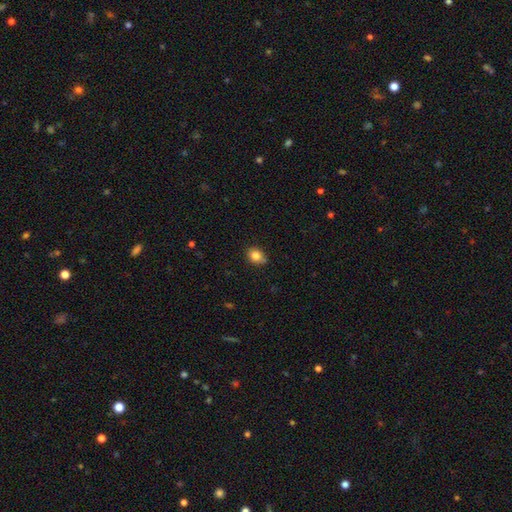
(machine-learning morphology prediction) A smooth galaxy with no disk features (84%) that is round (51%). Merging: none (77%).